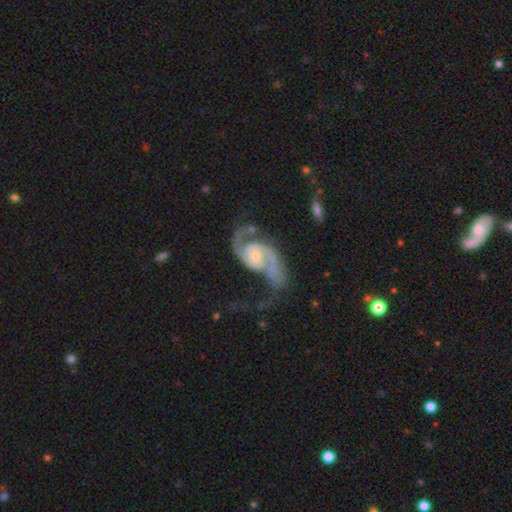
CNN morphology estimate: Smooth or featured? featured or disk (91%)
Edge-on disk? no (98%)
Bar? no (51%)
Spiral arms? yes (98%)
Spiral winding? medium (51%)
Spiral arm count? 2 (92%)
Bulge size? small (48%)
Merging? none (52%)